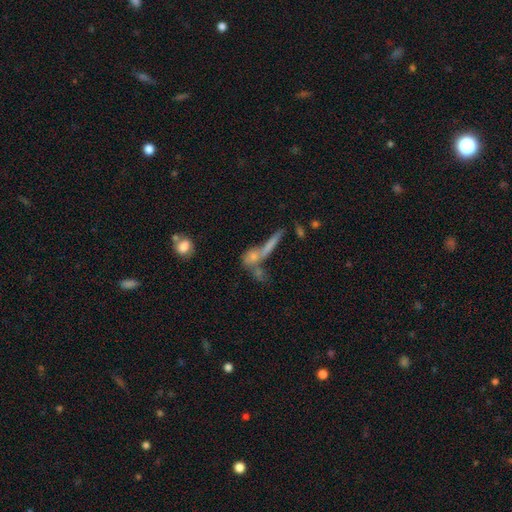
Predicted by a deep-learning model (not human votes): This is possibly a smooth galaxy (55%). How rounded: possibly cigar-shaped (50%). Merging: marginally none (40%).